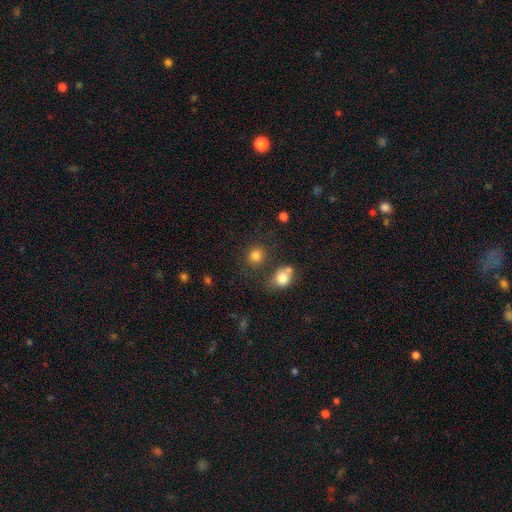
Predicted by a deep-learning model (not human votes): smooth-or-featured: smooth: 81% | star or artifact: 13% | featured or disk: 6%
  how-rounded: round: 84% | in between: 15% | cigar-shaped: 1%
  merging: none: 76% | merger: 10% | minor disturbance: 9% | major disturbance: 4%